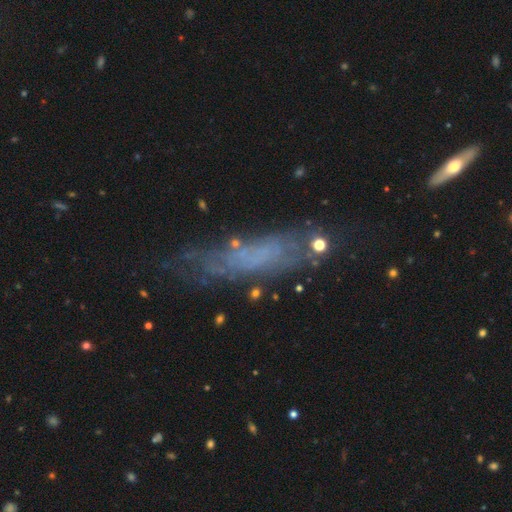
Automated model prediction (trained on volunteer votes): Smooth or featured? featured or disk (46%)
Merging? none (58%)